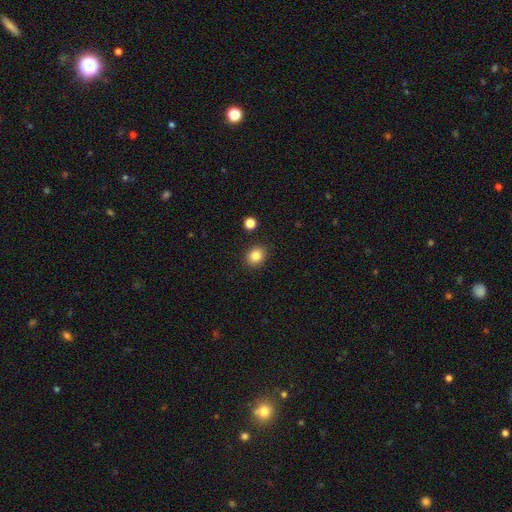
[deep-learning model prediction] The model was most divided on "how rounded": round: 65%, in between: 34%, cigar-shaped: 1%. More confident: merging — none (88%); smooth or featured — smooth (84%).